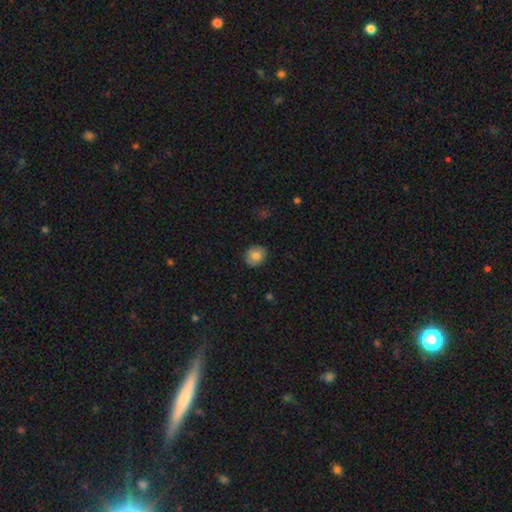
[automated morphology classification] smooth 76%, featured or disk 16%, star or artifact 8%. Down the decision tree: how rounded — round (69%); merging — none (85%).